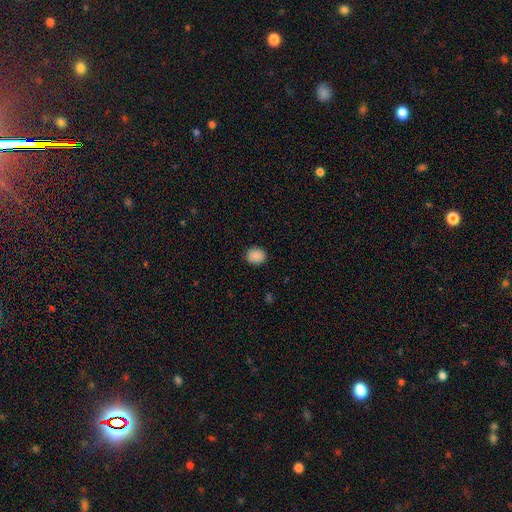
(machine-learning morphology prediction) smooth_or_featured: smooth (p=0.89) [alt: star or artifact p=0.09]
how_rounded: round (p=0.64) [alt: in between p=0.35]
merging: none (p=0.89) [alt: minor disturbance p=0.08]